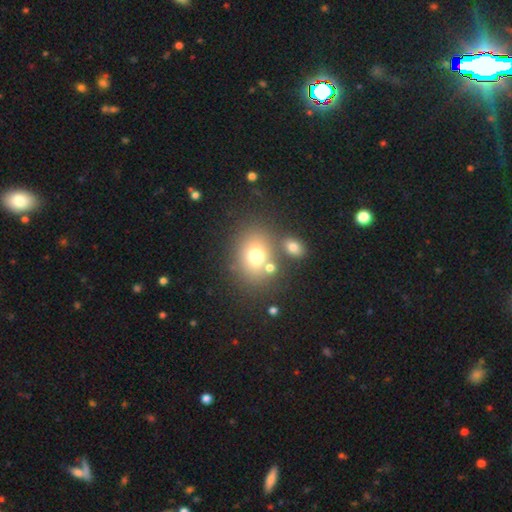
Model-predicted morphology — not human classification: type=smooth (71%); roundness=round (51%); merging=none (65%).